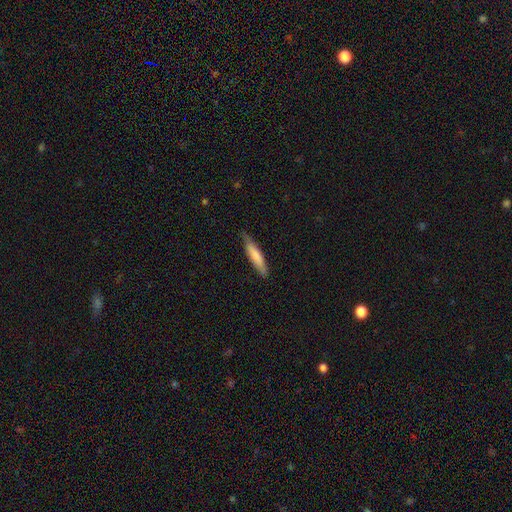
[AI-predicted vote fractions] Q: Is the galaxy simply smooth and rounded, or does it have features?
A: smooth — 74%.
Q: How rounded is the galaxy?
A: cigar-shaped — 83%.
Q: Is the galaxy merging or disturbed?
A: none — 76%.